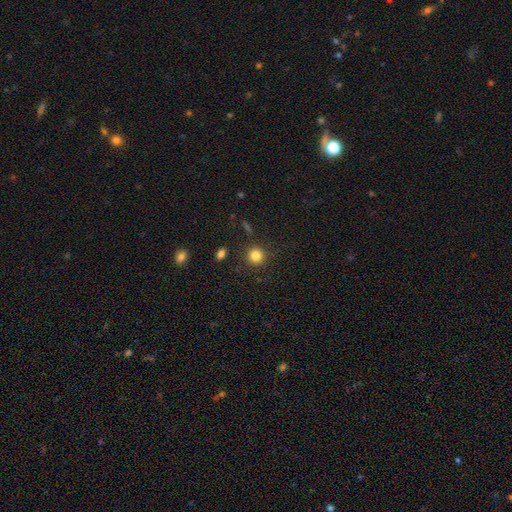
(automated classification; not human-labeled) This is clearly a smooth galaxy (83%). How rounded: clearly round (92%). Merging: clearly none (89%).